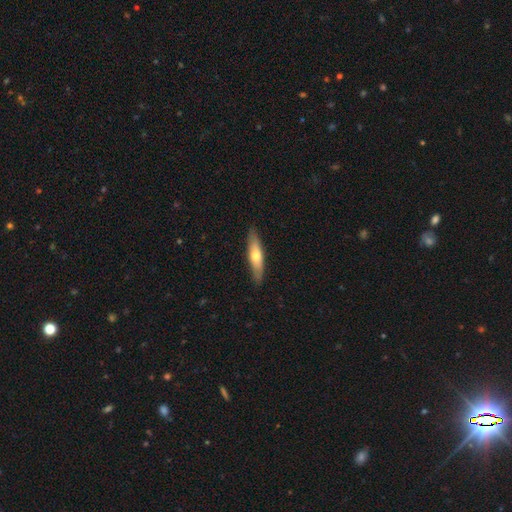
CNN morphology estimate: Overall: smooth (55%; featured or disk 40%). How rounded: cigar-shaped (75%). Merging: none (87%).